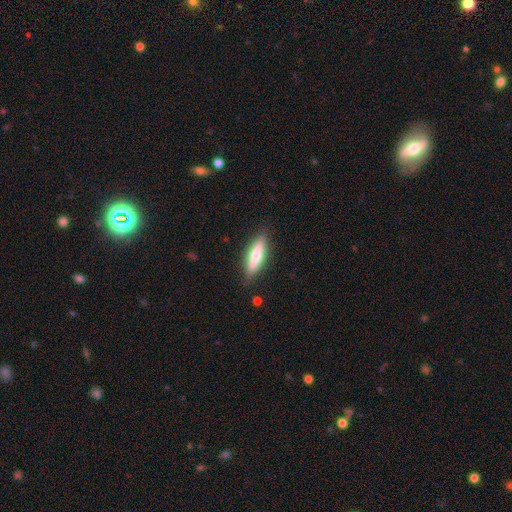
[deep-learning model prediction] Smooth or featured? Predicted: smooth (p=0.61). How rounded? Predicted: cigar-shaped (p=0.65). Merging? Predicted: none (p=0.86).